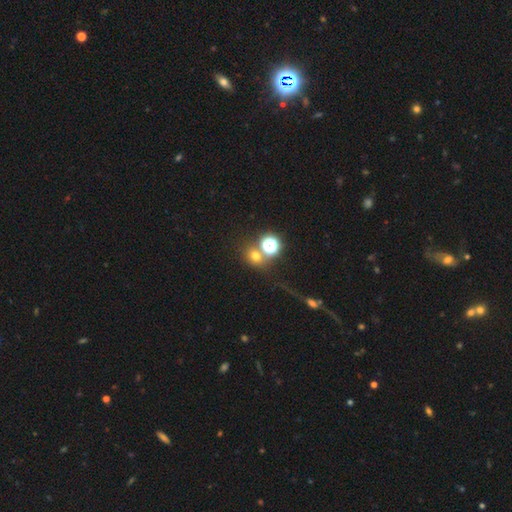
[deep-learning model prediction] A smooth galaxy with no disk features (62%) that is round (76%). Merging: none (66%).